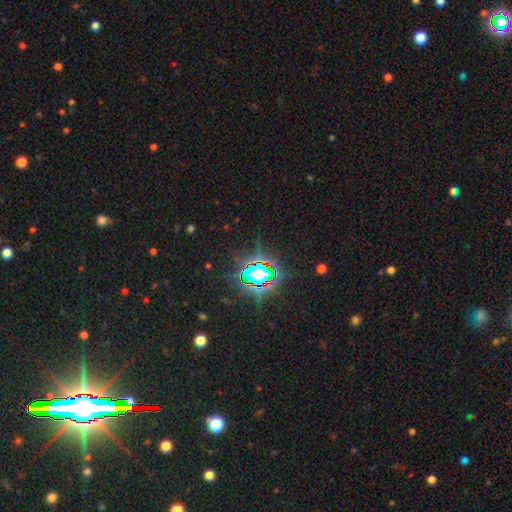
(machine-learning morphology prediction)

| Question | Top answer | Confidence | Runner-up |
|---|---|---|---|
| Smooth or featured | star or artifact | 86% | smooth (8%) |